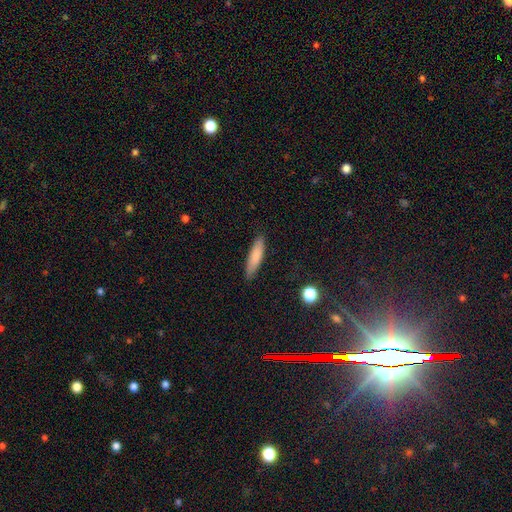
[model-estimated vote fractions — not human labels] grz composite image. It shows a smooth galaxy with no disk features (81%) that is cigar-shaped (76%). Merging: none (88%).